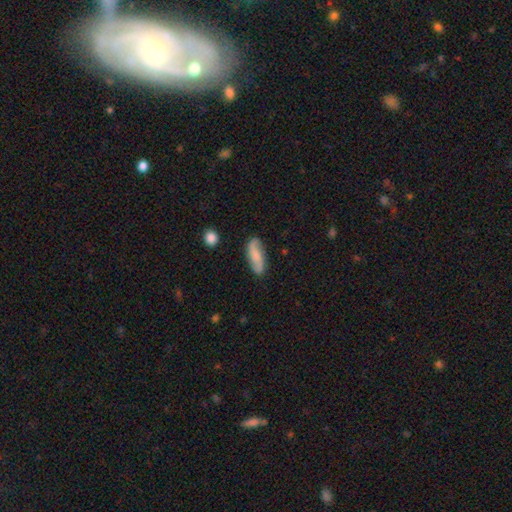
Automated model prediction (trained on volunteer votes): The model was most divided on "smooth or featured": smooth: 48%, featured or disk: 45%, star or artifact: 7%. More confident: merging — none (79%).